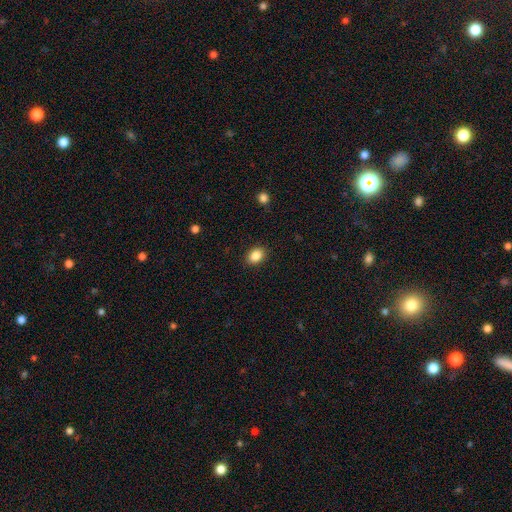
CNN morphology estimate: smooth 86%, star or artifact 9%, featured or disk 5%. Down the decision tree: how rounded — in between (65%); merging — none (89%).